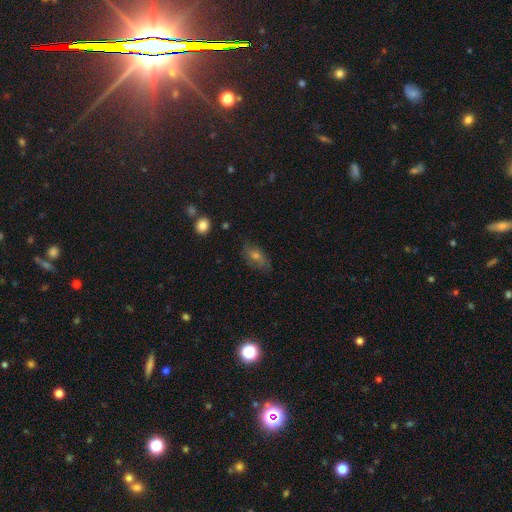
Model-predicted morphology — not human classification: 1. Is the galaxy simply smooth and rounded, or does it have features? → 40% featured or disk (tied), 40% smooth (tied), 20% star or artifact.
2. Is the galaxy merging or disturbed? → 74% none, 18% minor disturbance, 7% major disturbance, 2% merger.